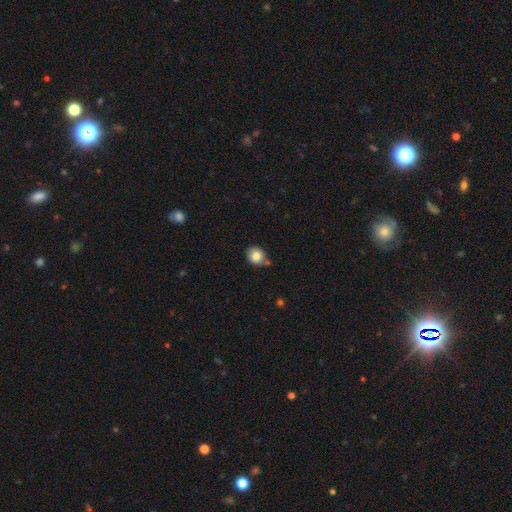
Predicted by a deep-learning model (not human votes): A smooth galaxy with no disk features (82%) that is round (68%).

Vote fractions:
- Smooth or featured? smooth: 82% / star or artifact: 9% / featured or disk: 8%
- How rounded? round: 68% / in between: 31% / cigar-shaped: 1%
- Merging? none: 71% / minor disturbance: 18% / merger: 8% / major disturbance: 3%